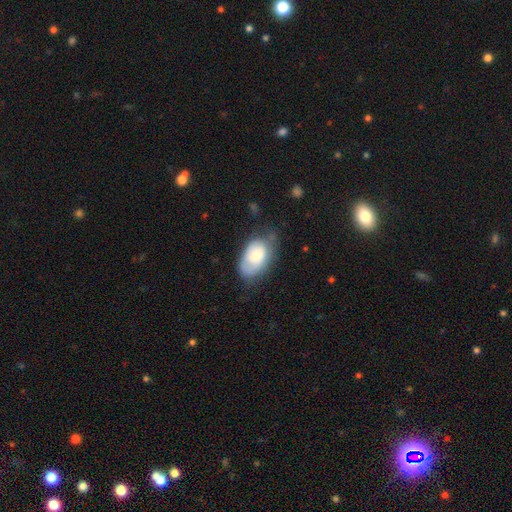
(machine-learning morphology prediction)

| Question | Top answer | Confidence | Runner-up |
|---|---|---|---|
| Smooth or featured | smooth | 71% | featured or disk (22%) |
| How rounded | in between | 92% | round (7%) |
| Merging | none | 47% | minor disturbance (35%) |